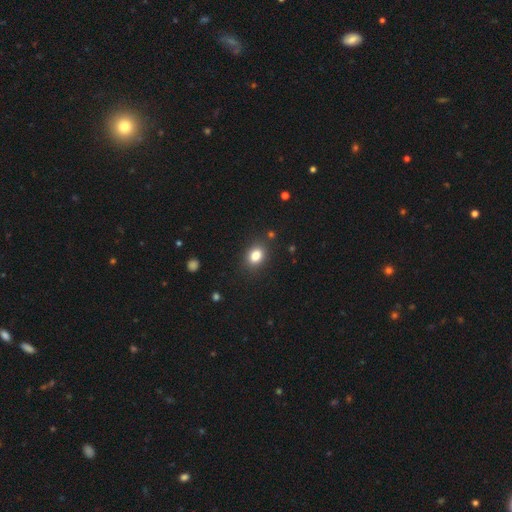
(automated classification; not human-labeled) A smooth galaxy with no disk features (83%) that is in between round and cigar-shaped (63%).

Vote fractions:
- Smooth or featured? smooth: 83% / star or artifact: 10% / featured or disk: 6%
- How rounded? in between: 63% / round: 36% / cigar-shaped: 1%
- Merging? none: 85% / minor disturbance: 10% / major disturbance: 3% / merger: 2%